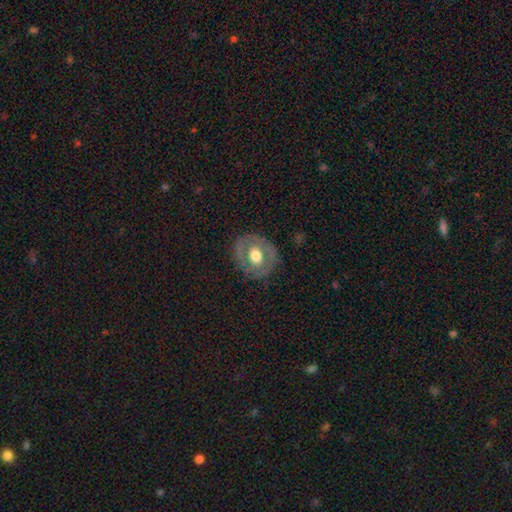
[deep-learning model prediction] A featured or disk galaxy (50%). Merging: none (78%).